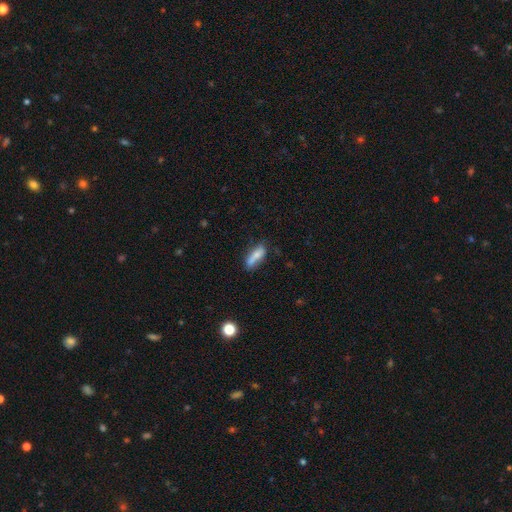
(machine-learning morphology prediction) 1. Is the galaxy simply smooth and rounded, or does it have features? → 70% smooth, 22% featured or disk, 8% star or artifact.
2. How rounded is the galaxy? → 50% in between, 47% cigar-shaped, 3% round.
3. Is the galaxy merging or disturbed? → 57% none, 25% minor disturbance, 10% merger, 8% major disturbance.